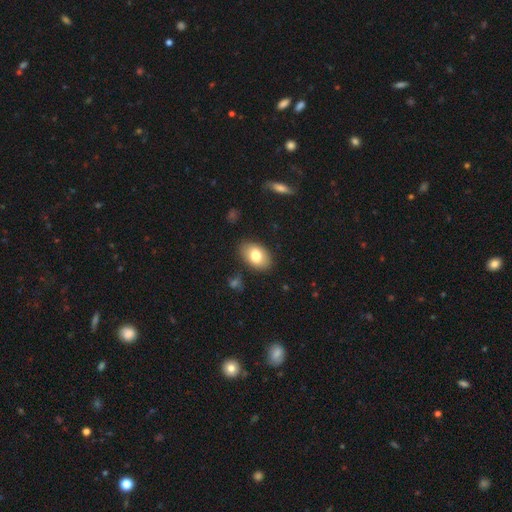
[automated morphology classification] Overall: smooth (77%). How rounded: in between (89%). Merging: none (85%).